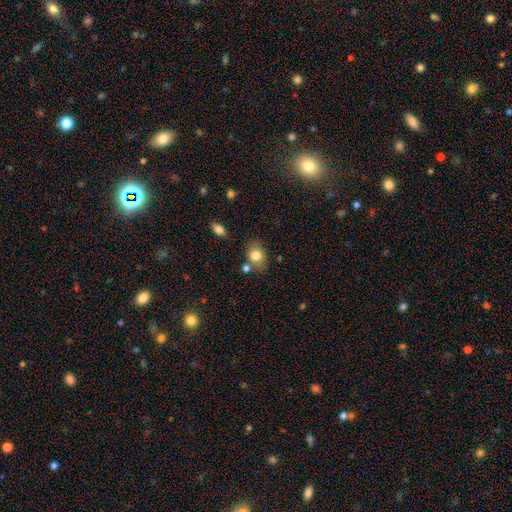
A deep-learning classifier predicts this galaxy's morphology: smooth-or-featured: smooth: 79% | featured or disk: 12% | star or artifact: 9%
  how-rounded: in between: 60% | round: 39% | cigar-shaped: 1%
  merging: none: 70% | minor disturbance: 16% | merger: 10% | major disturbance: 4%